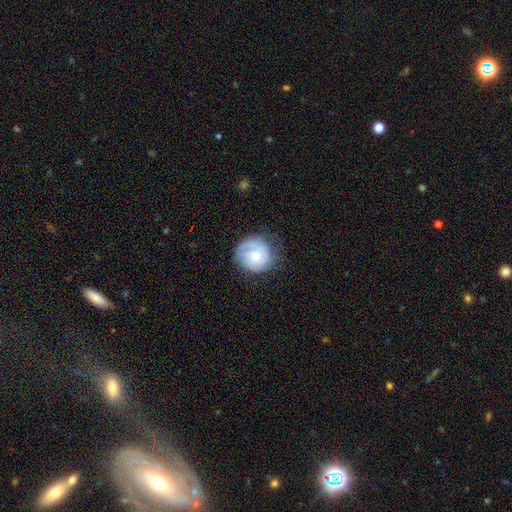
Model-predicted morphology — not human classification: Smooth or featured?
  - featured or disk: 63% *
  - smooth: 31%
  - star or artifact: 6%
Edge-on disk?
  - no: 98% *
  - yes: 2%
Bar?
  - no: 76% *
  - weak: 21%
  - strong: 3%
Spiral arms?
  - yes: 86% *
  - no: 14%
Spiral winding?
  - tight: 62% *
  - medium: 28%
  - loose: 11%
Spiral arm count?
  - 2: 31% *
  - can't tell: 29%
  - 1: 22%
  - 3: 12%
  - 4: 3%
  - more than 4: 3%
Bulge size?
  - moderate: 50% *
  - small: 44%
  - large: 3%
  - none: 2%
  - dominant: 1%
Merging?
  - none: 69% *
  - minor disturbance: 21%
  - major disturbance: 9%
  - merger: 1%